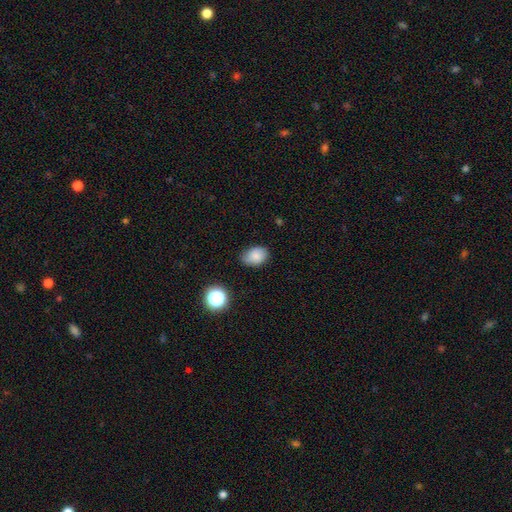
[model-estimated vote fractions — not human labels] Q: Smooth or featured?
A: smooth (83%); runner-up: star or artifact (10%)
Q: How rounded?
A: in between (73%); runner-up: round (26%)
Q: Merging?
A: none (75%); runner-up: minor disturbance (20%)